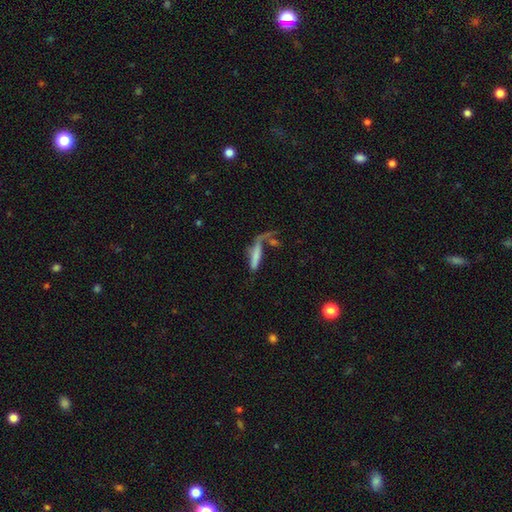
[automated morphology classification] The model was most divided on "merging": none: 37%, merger: 32%, major disturbance: 17%, minor disturbance: 14%. More confident: how rounded — cigar-shaped (79%); smooth or featured — smooth (66%).